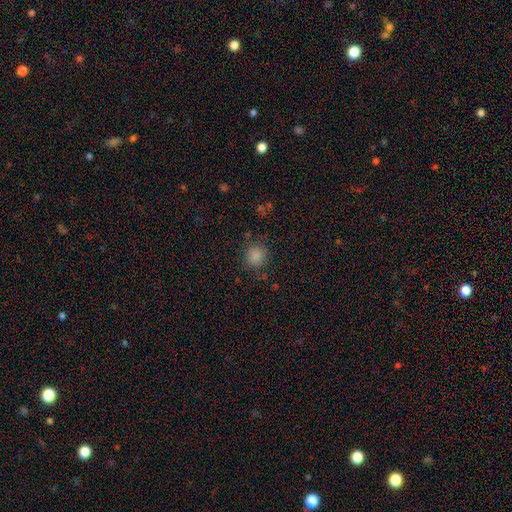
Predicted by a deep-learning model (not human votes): Q: Smooth or featured?
A: smooth (84%); runner-up: star or artifact (12%)
Q: How rounded?
A: round (89%); runner-up: in between (10%)
Q: Merging?
A: none (82%); runner-up: minor disturbance (12%)